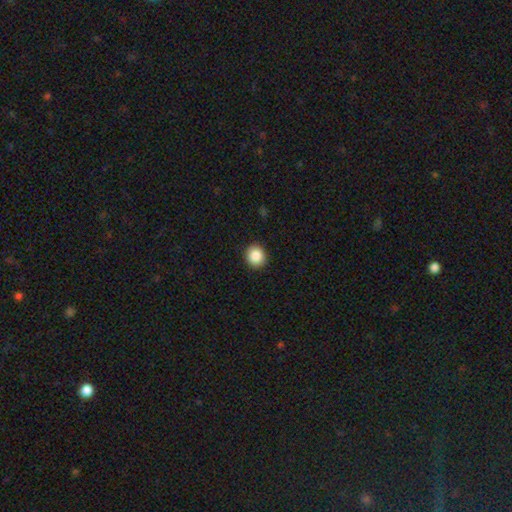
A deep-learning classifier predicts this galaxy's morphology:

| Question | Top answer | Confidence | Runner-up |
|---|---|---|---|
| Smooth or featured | smooth | 87% | star or artifact (9%) |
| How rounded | round | 87% | in between (12%) |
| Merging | none | 92% | minor disturbance (6%) |